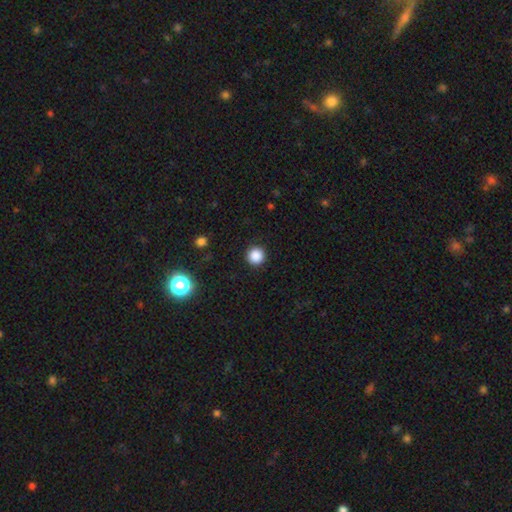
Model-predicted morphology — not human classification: The model was most divided on "smooth or featured": smooth: 85%, star or artifact: 12%, featured or disk: 3%. More confident: how rounded — round (96%); merging — none (92%).